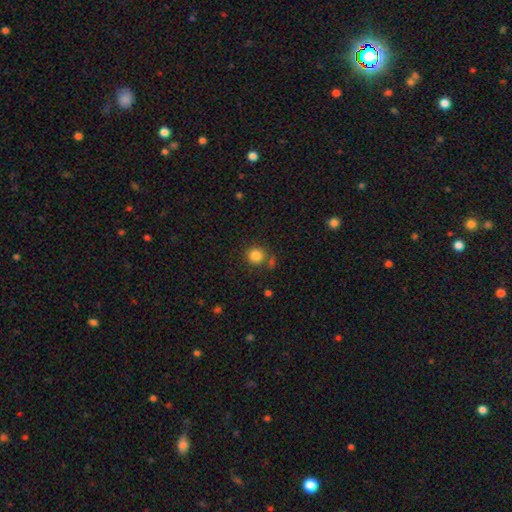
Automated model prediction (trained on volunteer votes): This appears to be a smooth galaxy with no disk features (84%) that is round (92%). Merging: none (77%).